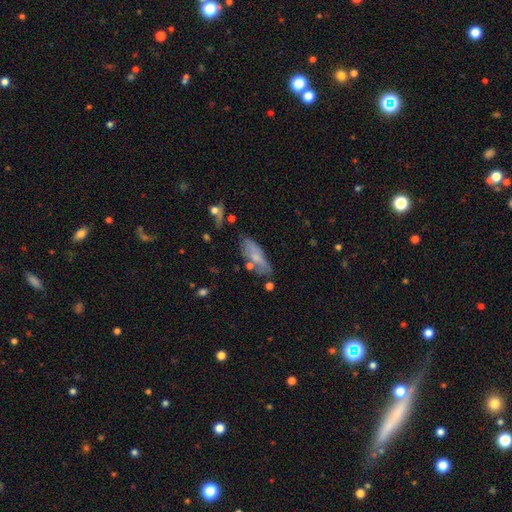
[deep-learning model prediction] Smooth or featured: smooth — 64% (featured or disk — 28%)
How rounded: in between — 57% (cigar-shaped — 41%)
Merging: none — 63% (minor disturbance — 22%)